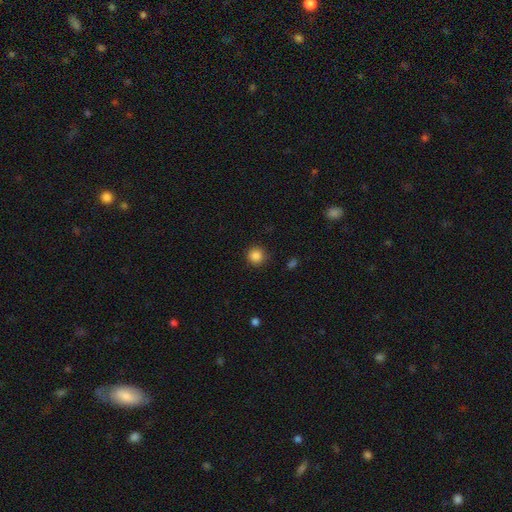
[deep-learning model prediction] A smooth galaxy with no disk features (86%) that is round (94%). Merging: none (90%).